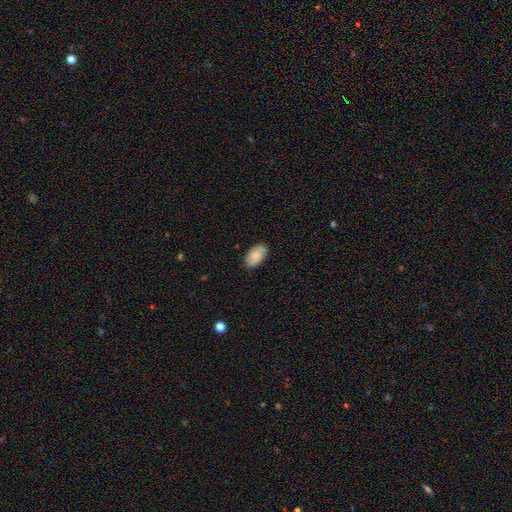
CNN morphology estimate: smooth_or_featured: smooth (p=0.71) [alt: featured or disk p=0.21]
how_rounded: in between (p=0.93) [alt: round p=0.05]
merging: none (p=0.78) [alt: minor disturbance p=0.17]